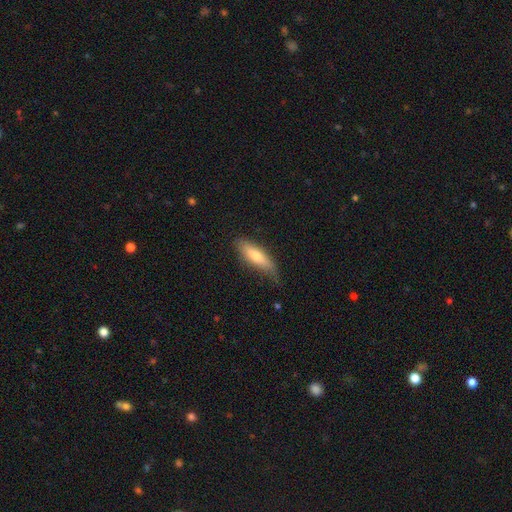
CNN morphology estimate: This appears to be a smooth galaxy with no disk features (69%) that is cigar-shaped (56%). Merging: none (67%).